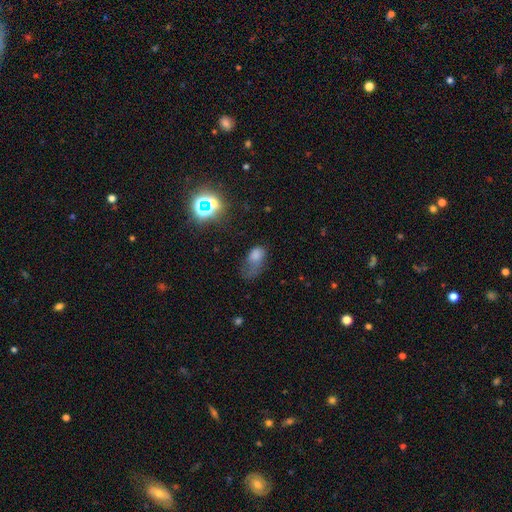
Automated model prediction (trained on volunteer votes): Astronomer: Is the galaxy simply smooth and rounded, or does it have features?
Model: smooth — 64%.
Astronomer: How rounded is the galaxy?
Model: in between — 85%.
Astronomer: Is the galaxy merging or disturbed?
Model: major disturbance — 47% (runner-up: minor disturbance, 27%).